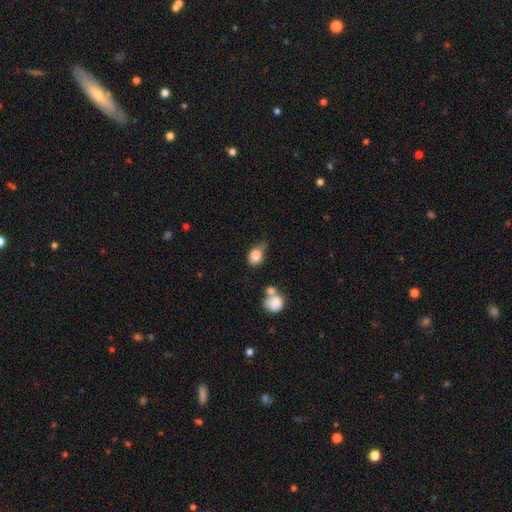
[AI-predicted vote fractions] Smooth or featured? Predicted: smooth (p=0.82). How rounded? Predicted: in between (p=0.54). Merging? Predicted: none (p=0.36, tied with minor disturbance).